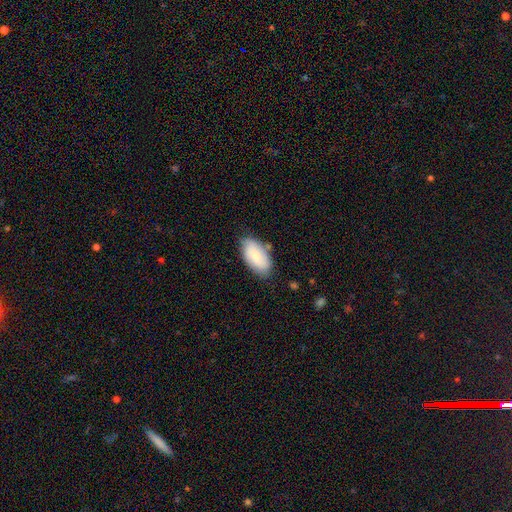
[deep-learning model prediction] Smooth or featured? Predicted: smooth (p=0.80). How rounded? Predicted: in between (p=0.94). Merging? Predicted: none (p=0.74).